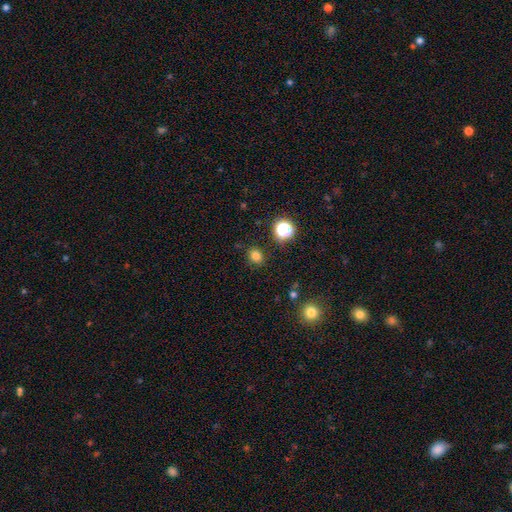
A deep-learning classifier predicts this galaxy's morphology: smooth 78%, star or artifact 17%, featured or disk 5%. Down the decision tree: how rounded — round (68%); merging — none (86%).